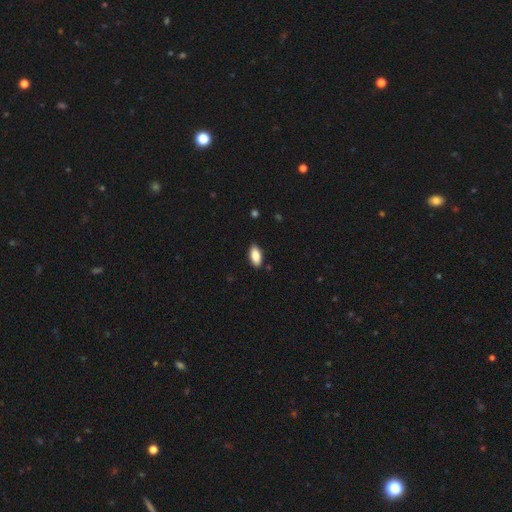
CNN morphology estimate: Smooth or featured? Predicted: smooth (p=0.84). How rounded? Predicted: in between (p=0.90). Merging? Predicted: none (p=0.87).